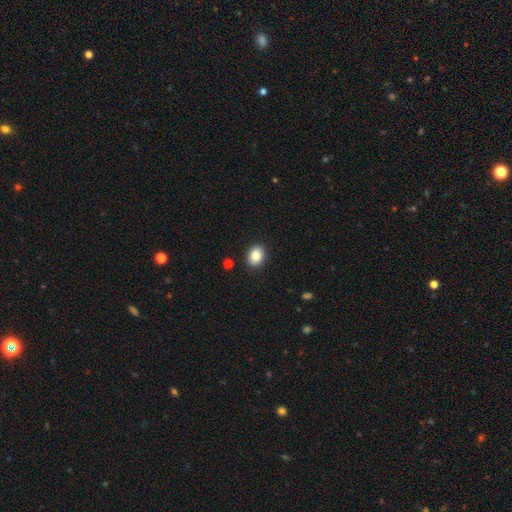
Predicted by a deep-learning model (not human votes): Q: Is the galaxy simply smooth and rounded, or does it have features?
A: smooth — 85%.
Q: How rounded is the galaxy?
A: in between — 65%.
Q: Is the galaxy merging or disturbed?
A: none — 90%.